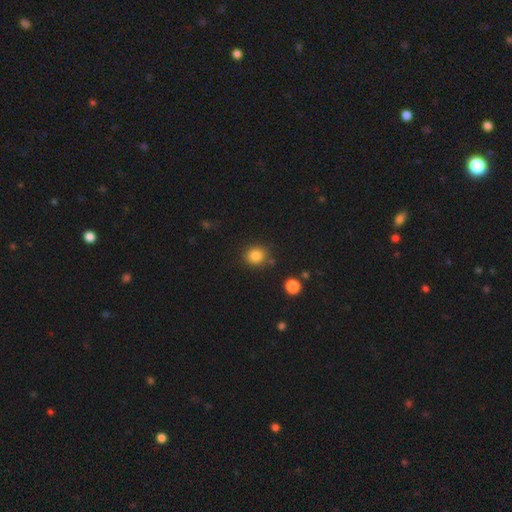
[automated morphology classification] smooth 85%, star or artifact 11%, featured or disk 4%. Down the decision tree: how rounded — round (83%); merging — none (82%).